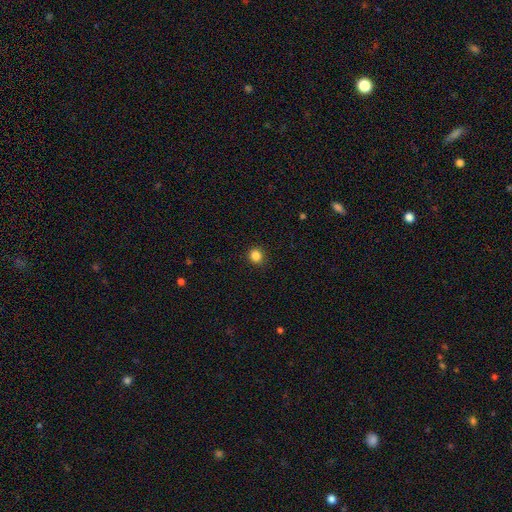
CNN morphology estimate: This is clearly a smooth galaxy (85%). How rounded: clearly round (87%). Merging: clearly none (91%).